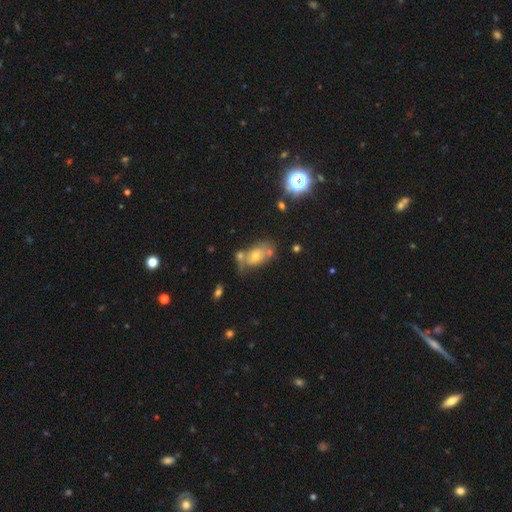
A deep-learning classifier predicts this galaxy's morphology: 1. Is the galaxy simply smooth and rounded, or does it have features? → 54% smooth, 34% featured or disk, 12% star or artifact.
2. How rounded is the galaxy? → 83% in between, 14% round, 3% cigar-shaped.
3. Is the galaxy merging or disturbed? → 39% none, 30% merger, 20% minor disturbance, 11% major disturbance.